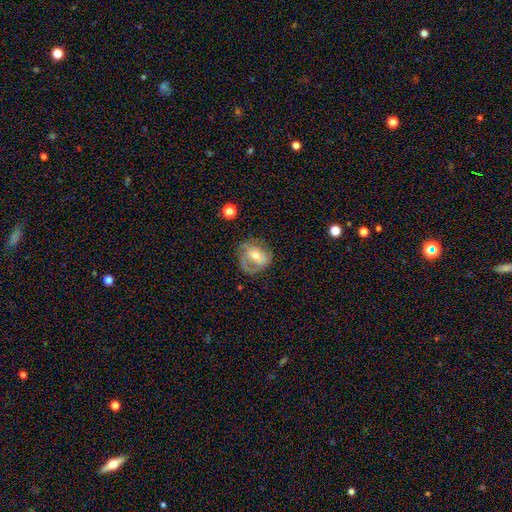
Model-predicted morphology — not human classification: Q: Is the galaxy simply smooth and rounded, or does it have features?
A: featured or disk — 54%.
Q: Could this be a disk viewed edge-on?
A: no — 96%.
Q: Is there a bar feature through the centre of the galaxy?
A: no — 53%.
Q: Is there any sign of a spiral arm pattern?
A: yes — 65%.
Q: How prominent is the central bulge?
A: moderate — 64%.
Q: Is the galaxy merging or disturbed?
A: none — 53%.